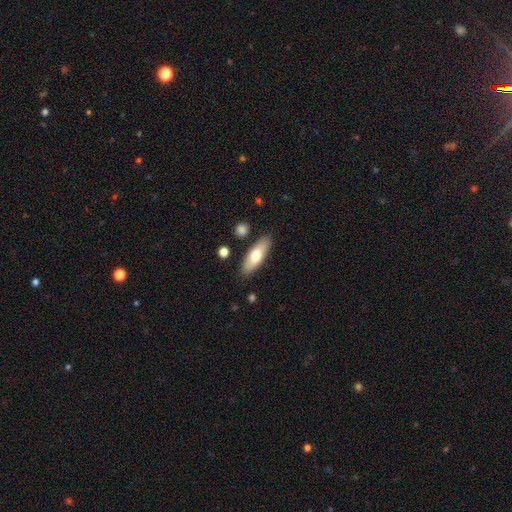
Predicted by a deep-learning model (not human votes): This appears to be a smooth galaxy with no disk features (67%) that is in between round and cigar-shaped (58%). Merging: none (86%).